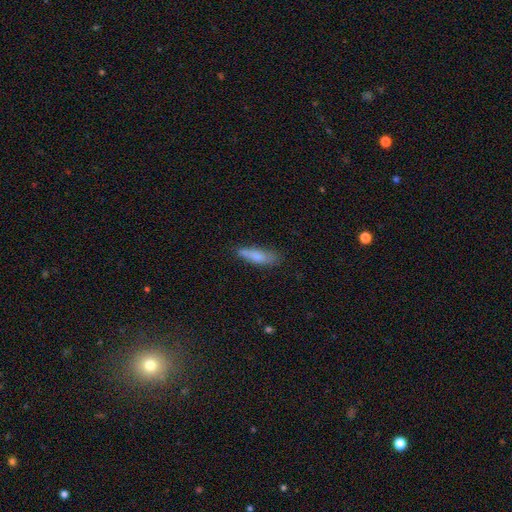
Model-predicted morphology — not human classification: The model was most divided on "how rounded": cigar-shaped: 62%, in between: 36%, round: 2%. More confident: smooth or featured — smooth (78%); merging — none (65%).